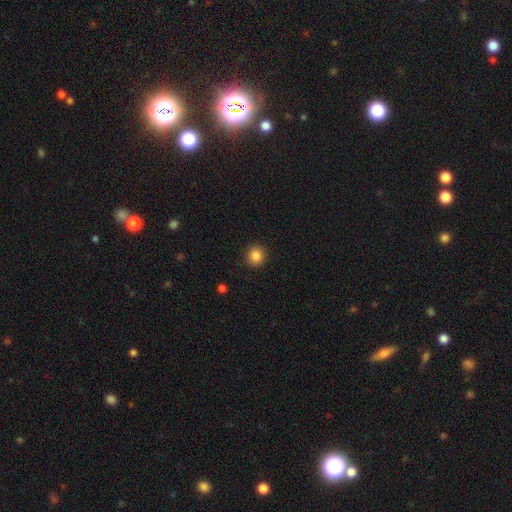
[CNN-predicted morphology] Overall: smooth (86%). How rounded: round (89%). Merging: none (91%).